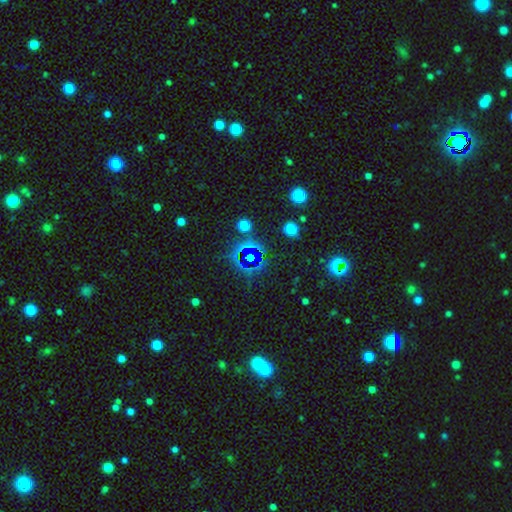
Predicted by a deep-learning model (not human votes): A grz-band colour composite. It shows a star or artifact, not a galaxy (73%).